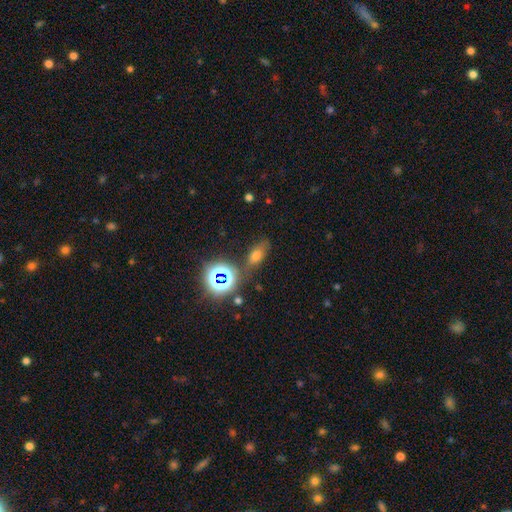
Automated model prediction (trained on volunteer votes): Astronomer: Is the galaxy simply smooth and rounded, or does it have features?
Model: smooth — 55% (runner-up: star or artifact, 31%).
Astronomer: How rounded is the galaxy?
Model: in between — 73%.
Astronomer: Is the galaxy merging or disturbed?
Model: none — 71%.